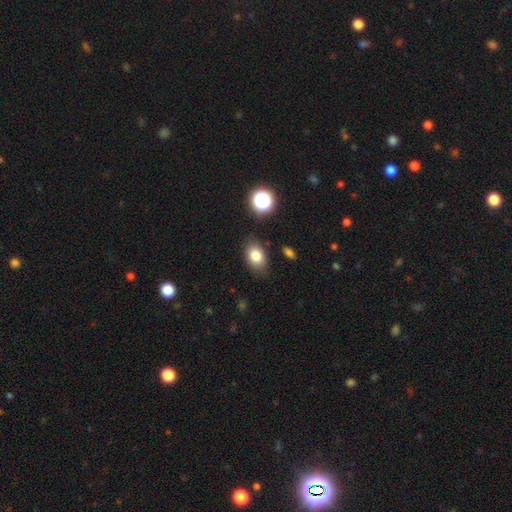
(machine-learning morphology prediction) Q: Smooth or featured?
A: smooth (81%); runner-up: star or artifact (11%)
Q: How rounded?
A: in between (76%); runner-up: round (23%)
Q: Merging?
A: none (80%); runner-up: minor disturbance (14%)